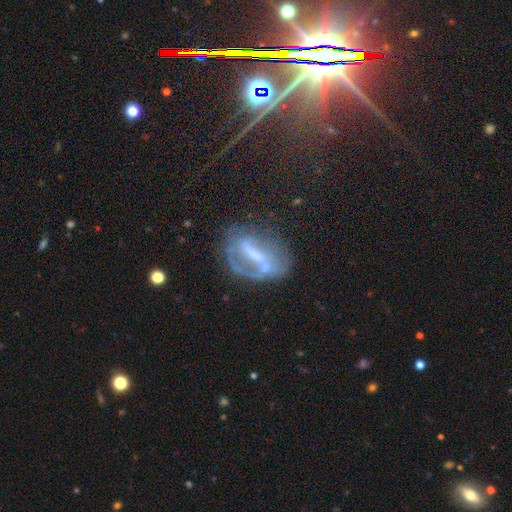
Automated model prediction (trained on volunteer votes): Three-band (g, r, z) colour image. It shows a featured or disk galaxy (64%) with a strong bar (47%), spiral arms (53%) and no central bulge (35%). Merging: none (46%).